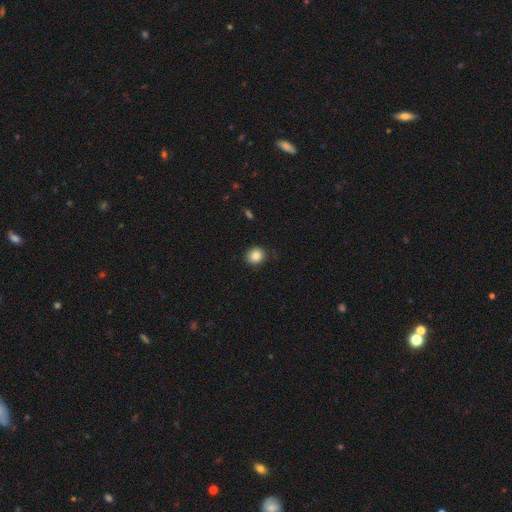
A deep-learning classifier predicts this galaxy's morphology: A smooth galaxy with no disk features (86%) that is round (80%).

Vote fractions:
- Smooth or featured? smooth: 86% / star or artifact: 9% / featured or disk: 5%
- How rounded? round: 80% / in between: 19% / cigar-shaped: 1%
- Merging? none: 84% / minor disturbance: 12% / major disturbance: 3% / merger: 1%